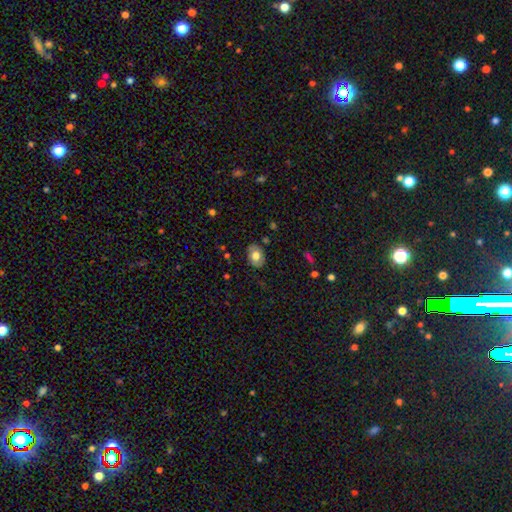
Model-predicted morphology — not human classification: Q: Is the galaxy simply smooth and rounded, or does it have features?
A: smooth — 68%.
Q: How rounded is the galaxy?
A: in between — 79%.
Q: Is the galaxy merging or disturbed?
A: none — 83%.